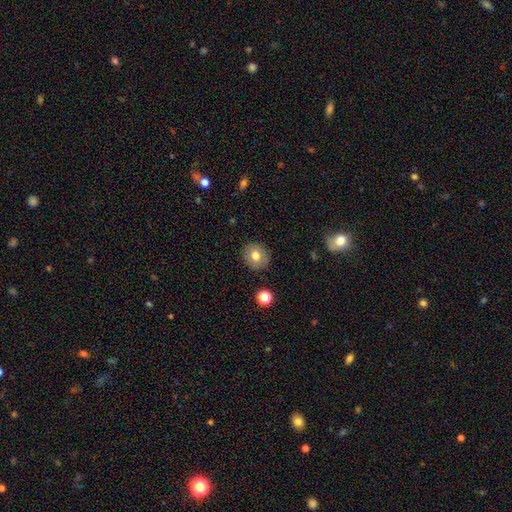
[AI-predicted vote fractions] smooth 76%, featured or disk 14%, star or artifact 10%. Down the decision tree: how rounded — round (82%); merging — none (89%).